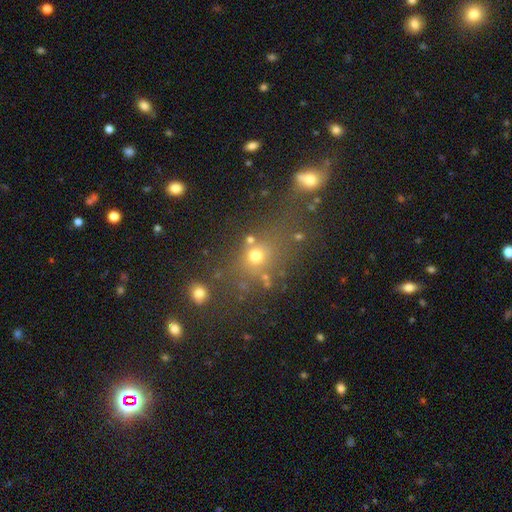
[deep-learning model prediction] Smooth or featured: smooth — 65% (star or artifact — 23%)
How rounded: round — 69% (in between — 28%)
Merging: none — 58% (merger — 18%)